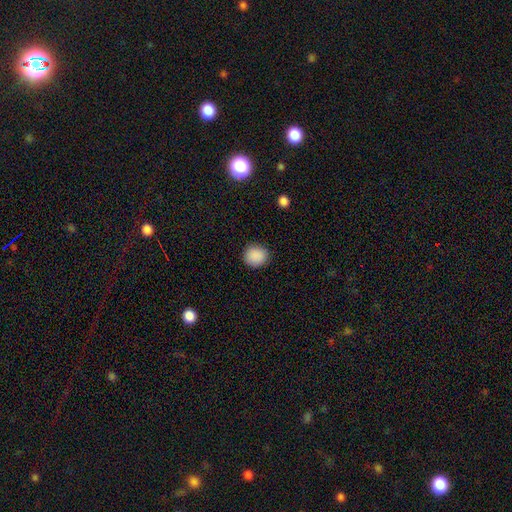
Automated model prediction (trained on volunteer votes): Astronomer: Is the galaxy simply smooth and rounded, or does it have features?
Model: smooth — 89%.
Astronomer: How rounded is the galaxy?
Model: round — 84%.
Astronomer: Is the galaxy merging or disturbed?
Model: none — 89%.